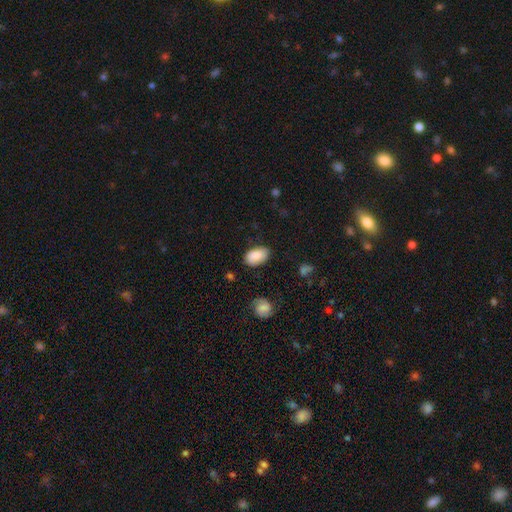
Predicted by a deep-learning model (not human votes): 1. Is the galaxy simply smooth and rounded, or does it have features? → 86% smooth, 8% featured or disk, 7% star or artifact.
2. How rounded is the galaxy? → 93% in between, 6% round, 1% cigar-shaped.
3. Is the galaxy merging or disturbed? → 77% none, 18% minor disturbance, 4% major disturbance, 2% merger.